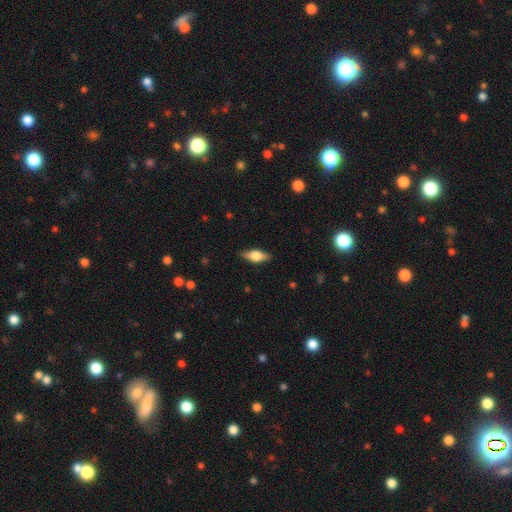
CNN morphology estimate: Smooth or featured? Predicted: featured or disk (p=0.47). Merging? Predicted: none (p=0.87).